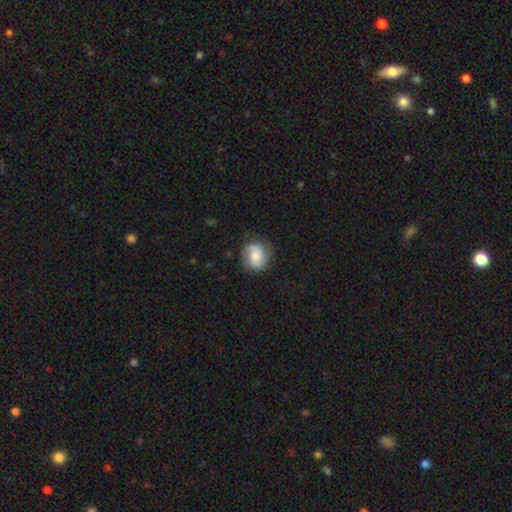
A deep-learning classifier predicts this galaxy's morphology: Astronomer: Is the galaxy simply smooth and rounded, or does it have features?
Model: featured or disk — 52% (runner-up: smooth, 41%).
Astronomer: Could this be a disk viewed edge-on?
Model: no — 97%.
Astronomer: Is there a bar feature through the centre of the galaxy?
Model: no — 46% (runner-up: weak, 40%).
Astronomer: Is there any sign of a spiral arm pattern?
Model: yes — 88%.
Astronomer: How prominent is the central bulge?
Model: moderate — 54%.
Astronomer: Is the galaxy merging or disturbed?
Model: none — 79%.